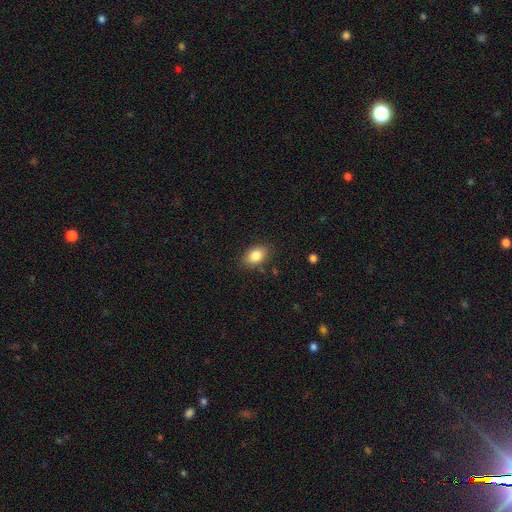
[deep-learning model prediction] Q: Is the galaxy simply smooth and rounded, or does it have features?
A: smooth — 85%.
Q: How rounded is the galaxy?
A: in between — 86%.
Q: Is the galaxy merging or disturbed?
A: none — 84%.